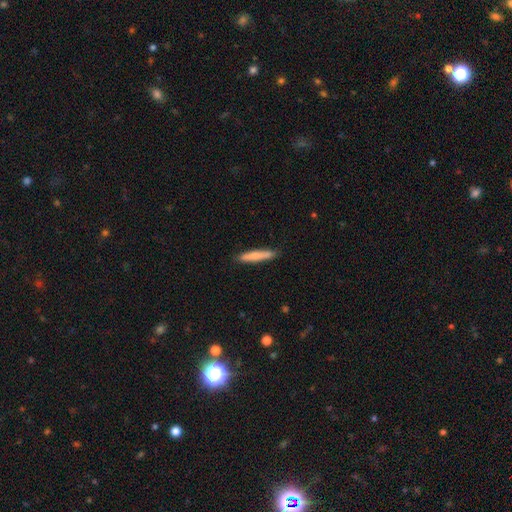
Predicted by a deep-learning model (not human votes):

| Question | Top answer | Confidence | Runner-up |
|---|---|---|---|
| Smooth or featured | smooth | 77% | featured or disk (18%) |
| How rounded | cigar-shaped | 92% | in between (7%) |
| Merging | none | 87% | minor disturbance (10%) |